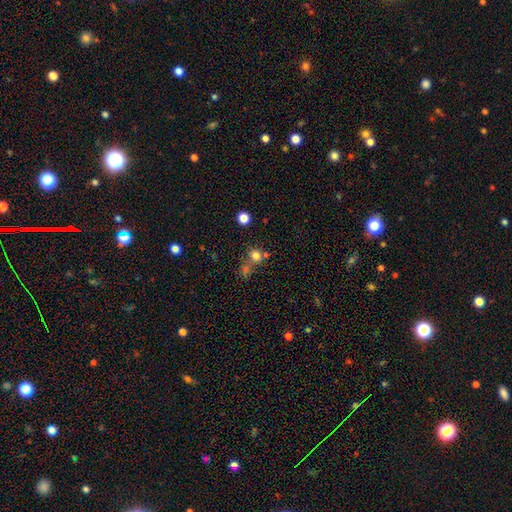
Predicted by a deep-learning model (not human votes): A smooth galaxy with no disk features (73%) that is round (80%). Merging: none (54%).